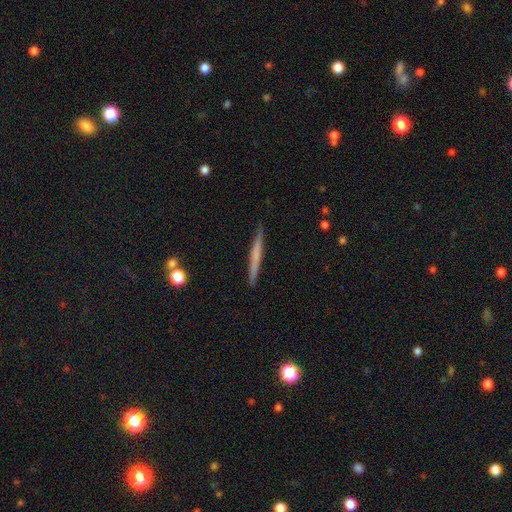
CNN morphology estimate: smooth 54%, featured or disk 40%, star or artifact 6%. Down the decision tree: how rounded — cigar-shaped (96%); merging — none (91%).